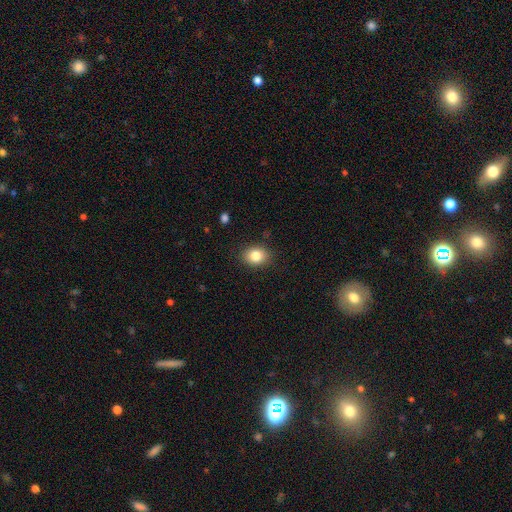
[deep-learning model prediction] The model was most divided on "how rounded": in between: 53%, round: 46%, cigar-shaped: 1%. More confident: merging — none (87%); smooth or featured — smooth (84%).